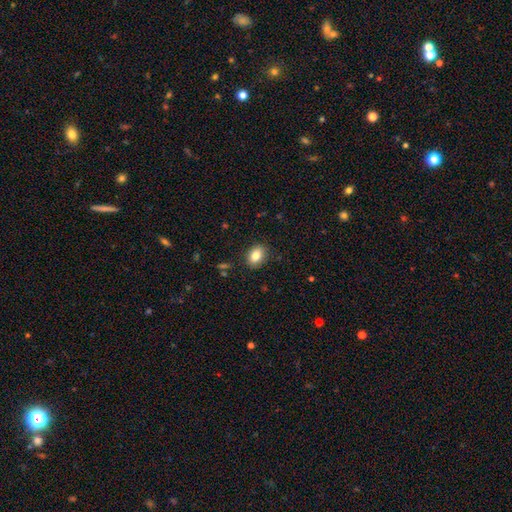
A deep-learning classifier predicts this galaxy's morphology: A smooth galaxy with no disk features (83%) that is in between round and cigar-shaped (70%). Merging: none (87%).